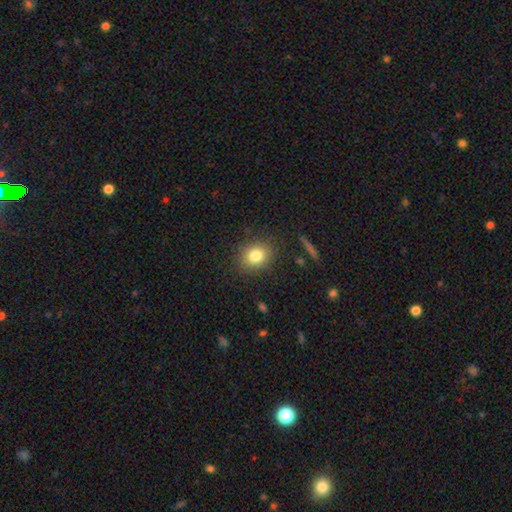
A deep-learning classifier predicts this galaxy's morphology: This is clearly a smooth galaxy (81%). How rounded: possibly round (55%). Merging: clearly none (85%).